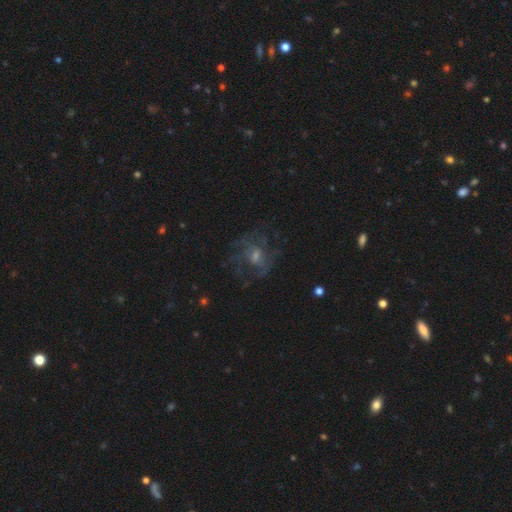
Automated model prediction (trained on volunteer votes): smooth_or_featured: featured or disk (p=0.61) [alt: smooth p=0.20]
disk_edge_on: no (p=0.97) [alt: yes p=0.03]
bar: no (p=0.67) [alt: weak p=0.28]
has_spiral_arms: yes (p=0.68) [alt: no p=0.32]
bulge_size: moderate (p=0.44) [alt: small p=0.42]
merging: none (p=0.64) [alt: major disturbance p=0.19]